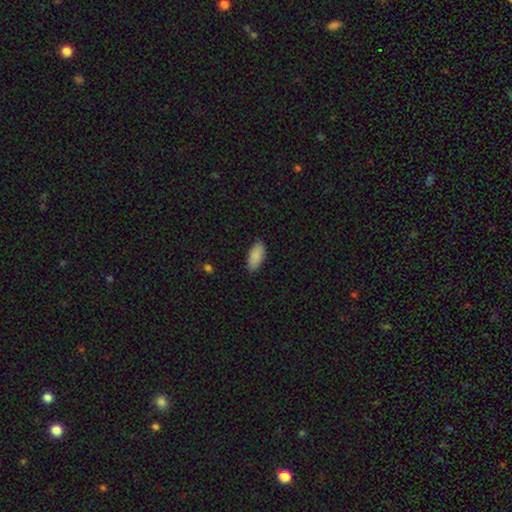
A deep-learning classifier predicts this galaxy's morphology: A smooth galaxy with no disk features (89%) that is in between round and cigar-shaped (90%). Merging: none (85%).